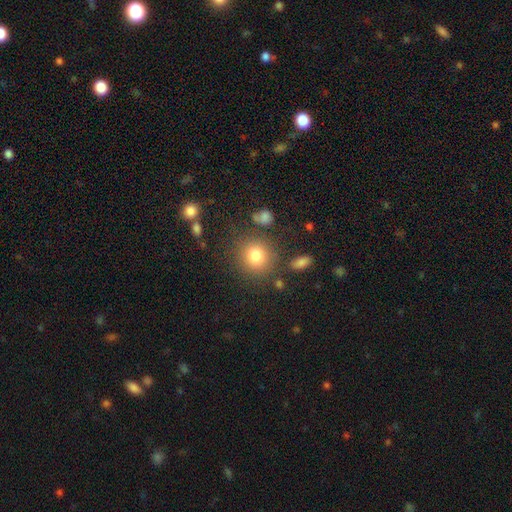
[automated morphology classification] smooth_or_featured: smooth (p=0.81) [alt: star or artifact p=0.12]
how_rounded: round (p=0.87) [alt: in between p=0.12]
merging: none (p=0.80) [alt: minor disturbance p=0.10]